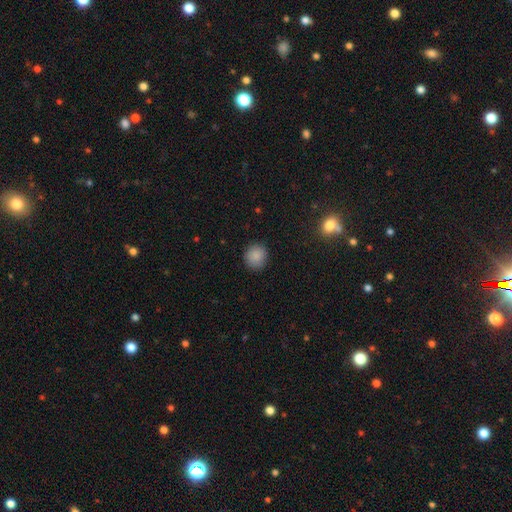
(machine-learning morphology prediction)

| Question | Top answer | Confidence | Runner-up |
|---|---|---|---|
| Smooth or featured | smooth | 86% | star or artifact (10%) |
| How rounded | round | 89% | in between (10%) |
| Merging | none | 88% | minor disturbance (9%) |